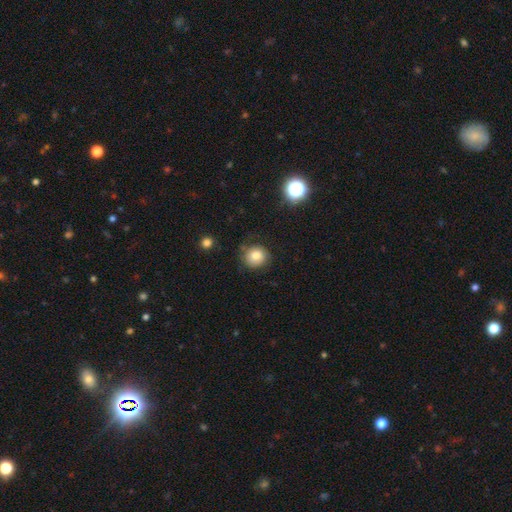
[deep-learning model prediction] Overall: smooth (79%). How rounded: round (88%). Merging: none (77%).